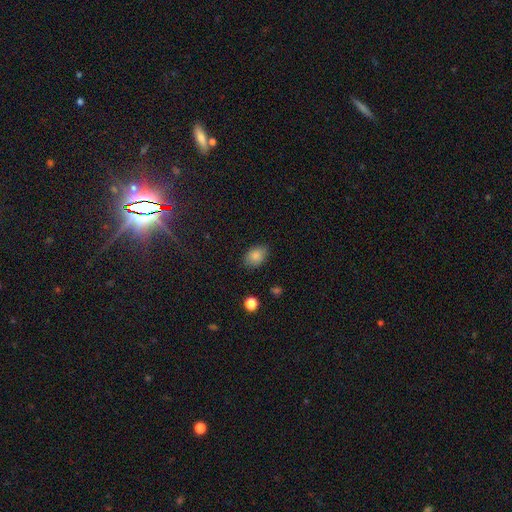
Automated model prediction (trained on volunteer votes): Smooth or featured? Predicted: smooth (p=0.85). How rounded? Predicted: in between (p=0.79). Merging? Predicted: none (p=0.80).